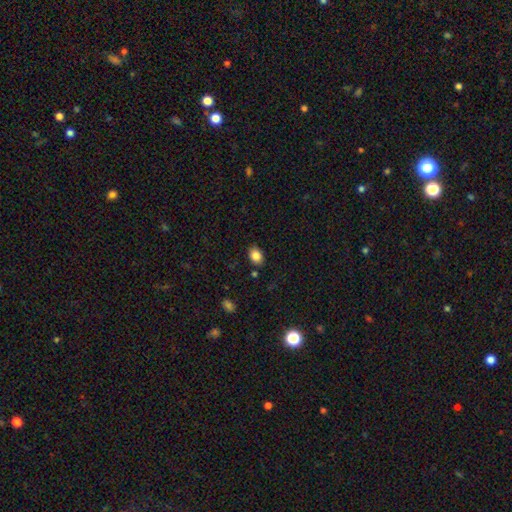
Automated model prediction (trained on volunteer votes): This is clearly a smooth galaxy (84%). How rounded: likely in between (71%). Merging: clearly none (84%).